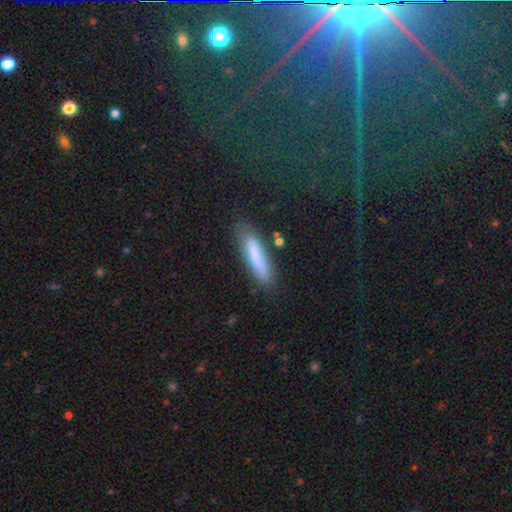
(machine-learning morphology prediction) smooth 76%, featured or disk 17%, star or artifact 7%. Down the decision tree: how rounded — cigar-shaped (79%); merging — none (78%).